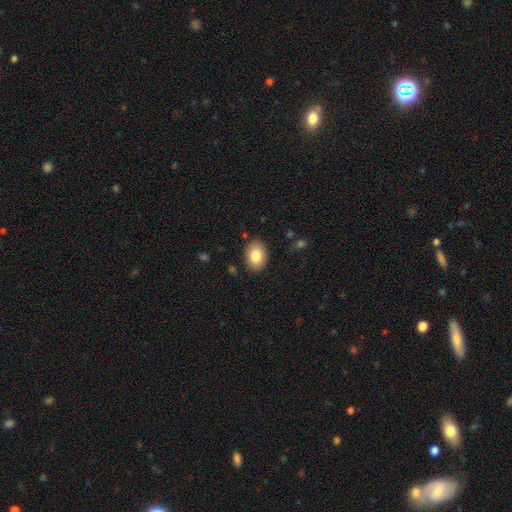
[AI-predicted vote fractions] A smooth galaxy with no disk features (82%) that is in between round and cigar-shaped (83%). Merging: none (86%).